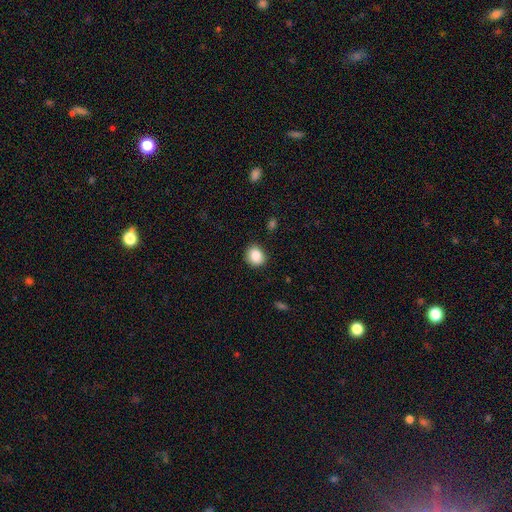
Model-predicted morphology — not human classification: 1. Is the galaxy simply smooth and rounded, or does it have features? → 87% smooth, 9% star or artifact, 4% featured or disk.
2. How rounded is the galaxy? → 72% round, 27% in between, 1% cigar-shaped.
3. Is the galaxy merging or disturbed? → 85% none, 11% minor disturbance, 3% major disturbance, 1% merger.